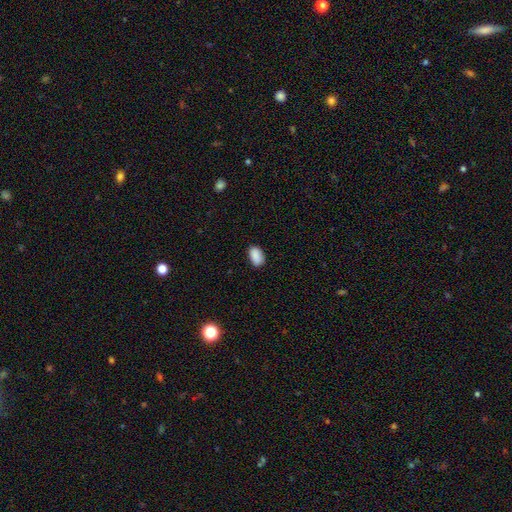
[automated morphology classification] Q: Smooth or featured?
A: smooth (89%); runner-up: star or artifact (8%)
Q: How rounded?
A: in between (92%); runner-up: round (6%)
Q: Merging?
A: none (84%); runner-up: minor disturbance (13%)